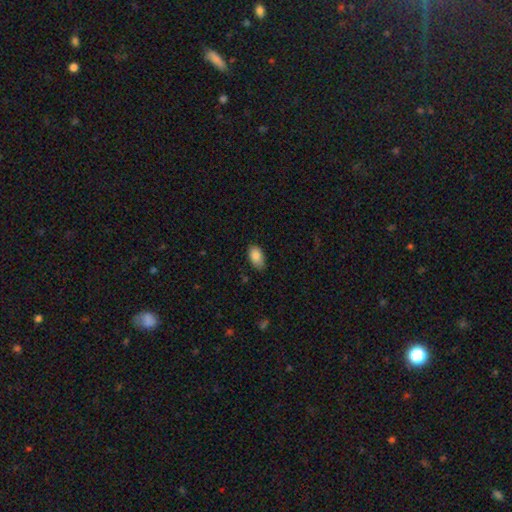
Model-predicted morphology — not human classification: Smooth or featured?
  - smooth: 86% *
  - star or artifact: 7%
  - featured or disk: 6%
How rounded?
  - in between: 93% *
  - round: 5%
  - cigar-shaped: 2%
Merging?
  - none: 78% *
  - minor disturbance: 18%
  - major disturbance: 3%
  - merger: 1%